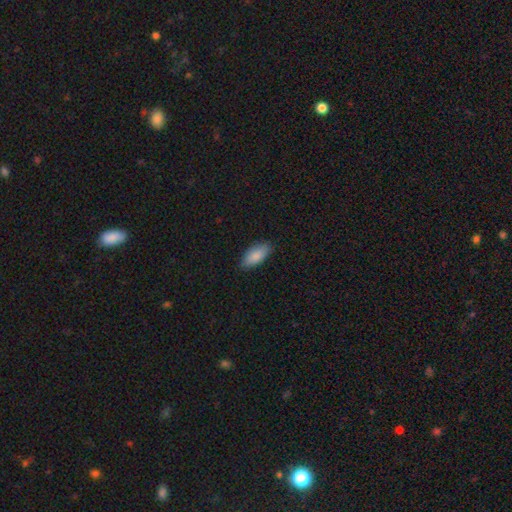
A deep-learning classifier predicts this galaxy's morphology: Smooth or featured: smooth — 87% (featured or disk — 7%)
How rounded: in between — 88% (cigar-shaped — 10%)
Merging: none — 85% (minor disturbance — 12%)